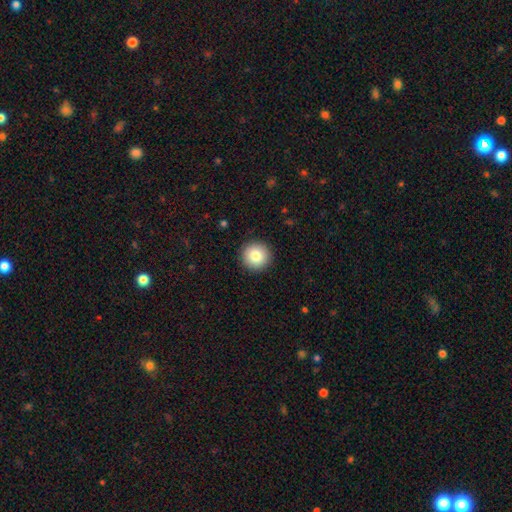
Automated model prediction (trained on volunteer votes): smooth 84%, star or artifact 9%, featured or disk 8%. Down the decision tree: how rounded — round (96%); merging — none (92%).